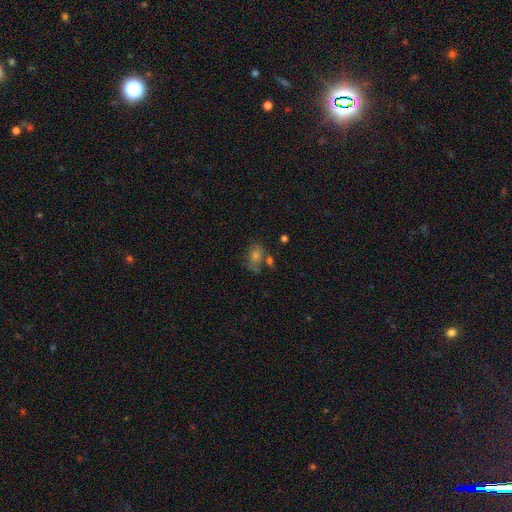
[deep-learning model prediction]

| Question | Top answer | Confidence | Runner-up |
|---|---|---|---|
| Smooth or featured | smooth | 50% | star or artifact (26%) |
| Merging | none | 52% | minor disturbance (20%) |